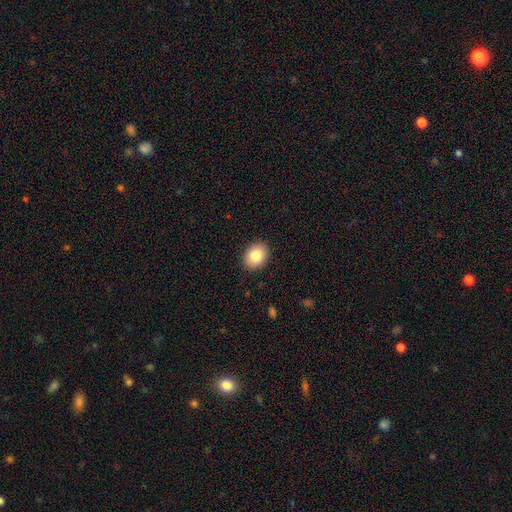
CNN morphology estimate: The model was most divided on "how rounded": in between: 59%, round: 41%, cigar-shaped: 1%. More confident: merging — none (90%); smooth or featured — smooth (84%).